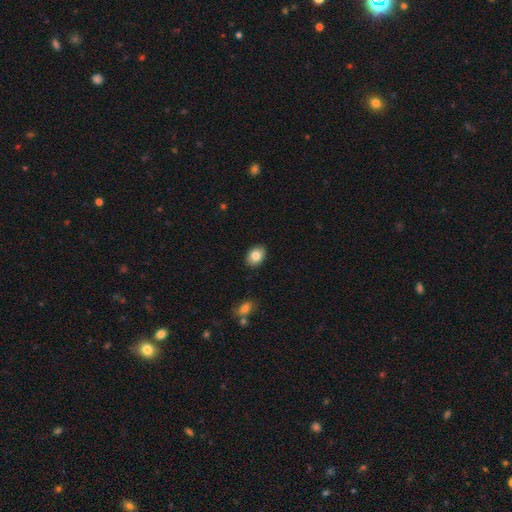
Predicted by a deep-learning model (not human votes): smooth-or-featured: smooth: 83% | featured or disk: 9% | star or artifact: 8%
  how-rounded: in between: 75% | round: 24% | cigar-shaped: 1%
  merging: none: 89% | minor disturbance: 8% | major disturbance: 2% | merger: 1%